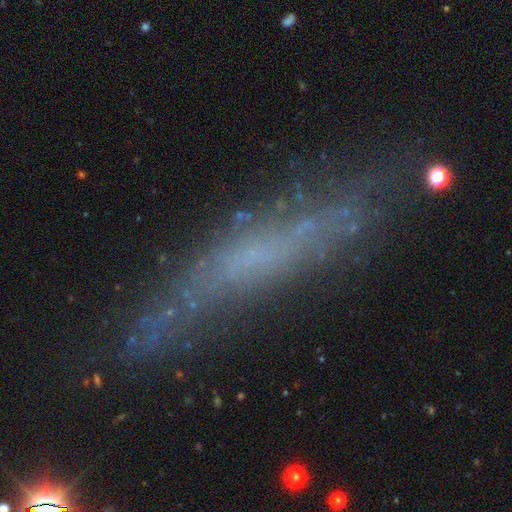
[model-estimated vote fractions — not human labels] A featured or disk galaxy (49%).

Vote fractions:
- Smooth or featured? featured or disk: 49% / smooth: 38% / star or artifact: 13%
- Merging? none: 67% / minor disturbance: 20% / major disturbance: 9% / merger: 3%